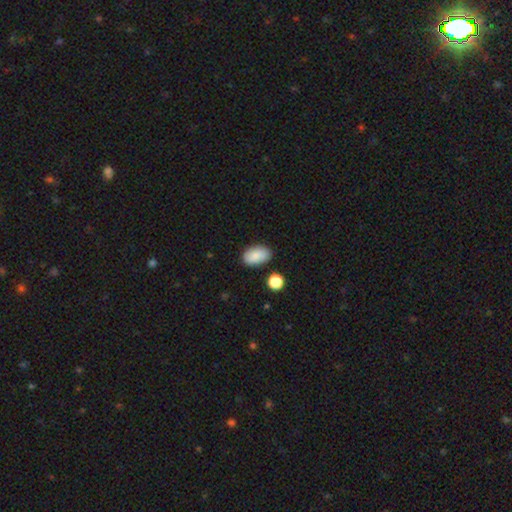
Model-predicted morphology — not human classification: Smooth or featured? Predicted: smooth (p=0.85). How rounded? Predicted: in between (p=0.92). Merging? Predicted: none (p=0.81).